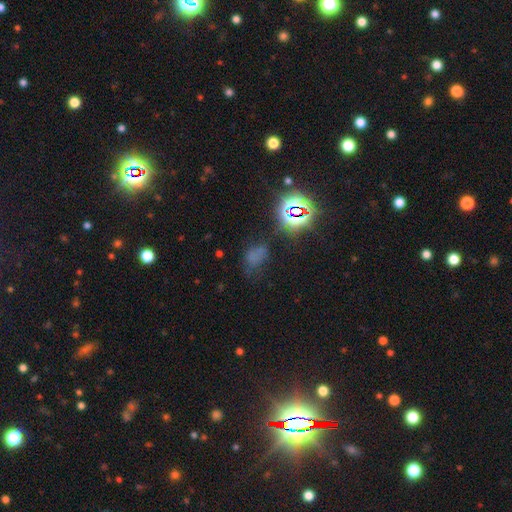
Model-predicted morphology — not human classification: Q: Smooth or featured?
A: star or artifact (45%); runner-up: smooth (43%)